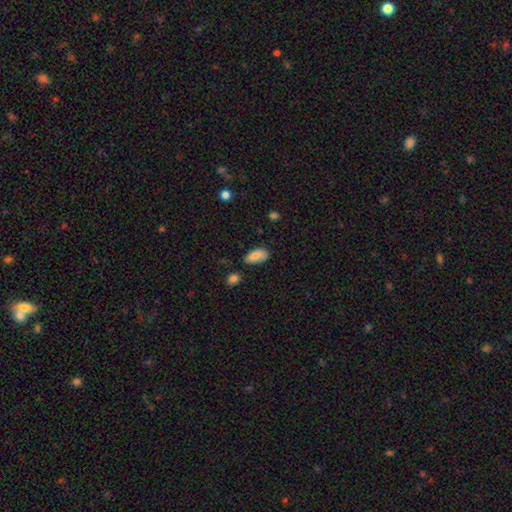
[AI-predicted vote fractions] Smooth or featured? smooth (84%)
How rounded? in between (92%)
Merging? none (63%)